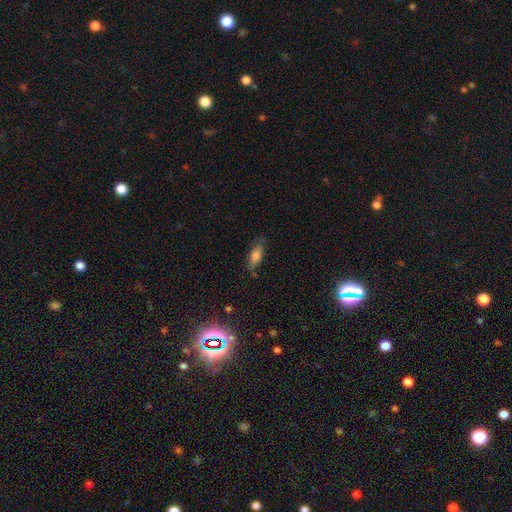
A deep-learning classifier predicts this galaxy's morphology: The model was most divided on "how rounded": in between: 73%, cigar-shaped: 25%, round: 3%. More confident: smooth or featured — smooth (76%); merging — none (75%).